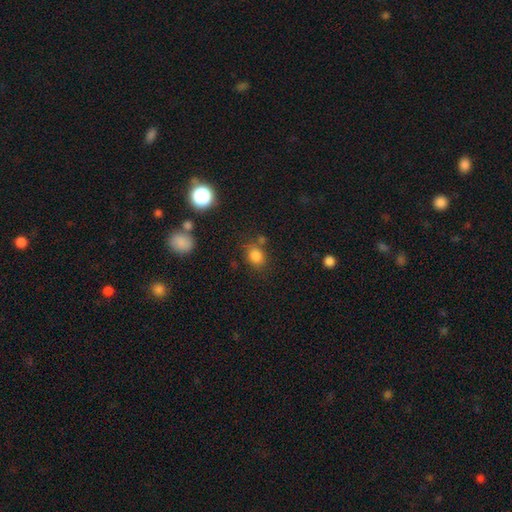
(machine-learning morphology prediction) Q: Smooth or featured?
A: smooth (81%); runner-up: star or artifact (13%)
Q: How rounded?
A: round (59%); runner-up: in between (40%)
Q: Merging?
A: none (70%); runner-up: minor disturbance (15%)